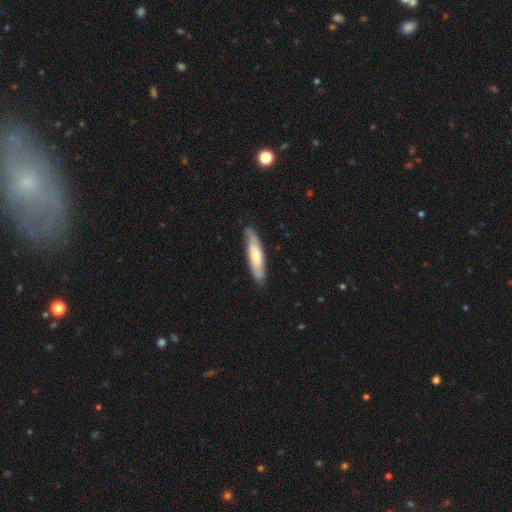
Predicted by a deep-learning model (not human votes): smooth 57%, featured or disk 38%, star or artifact 5%. Down the decision tree: how rounded — cigar-shaped (75%); merging — none (79%).